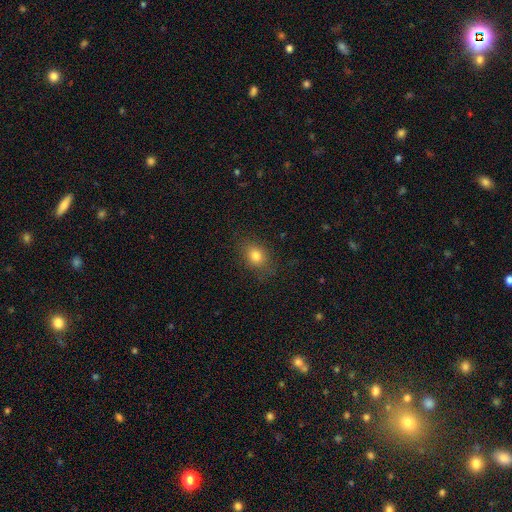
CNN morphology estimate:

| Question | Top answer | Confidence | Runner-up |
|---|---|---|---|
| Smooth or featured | smooth | 79% | star or artifact (12%) |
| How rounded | in between | 53% | round (46%) |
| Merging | none | 82% | minor disturbance (13%) |